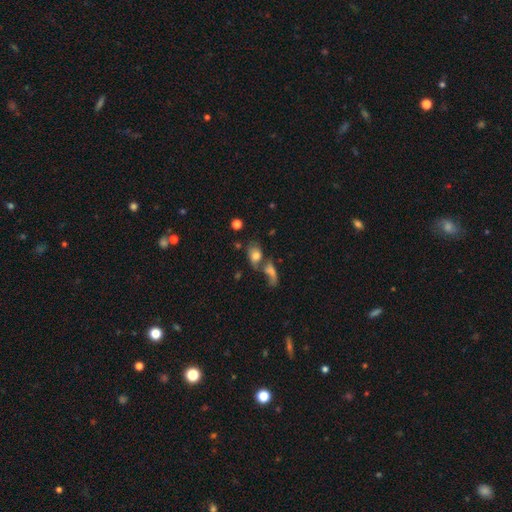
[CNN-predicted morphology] A smooth galaxy with no disk features (71%) that is in between round and cigar-shaped (75%). Merging: merger (44%).